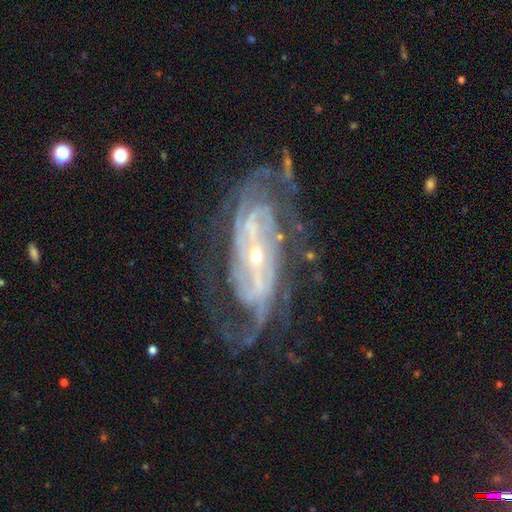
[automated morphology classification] A featured or disk galaxy (91%) with a strong bar (42%), 2 (30%) tight (57%) spiral arms (97%) and a small central bulge (78%). Merging: none (69%).